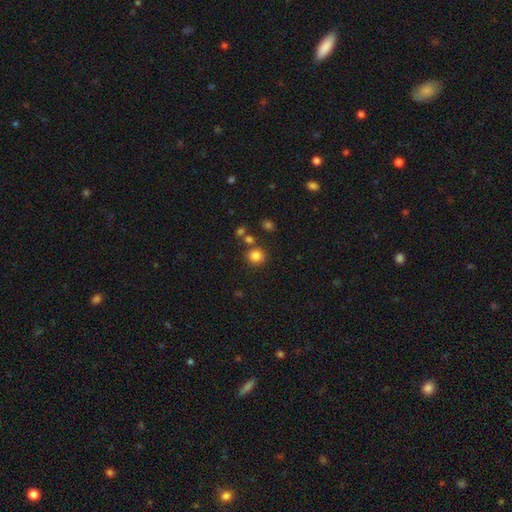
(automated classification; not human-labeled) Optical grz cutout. It shows a smooth galaxy with no disk features (83%) that is round (88%). Merging: none (79%).